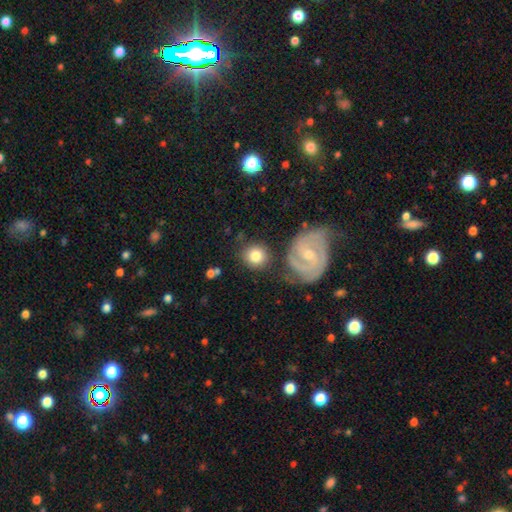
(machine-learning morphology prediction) Smooth or featured?
  - smooth: 71% *
  - featured or disk: 23%
  - star or artifact: 7%
How rounded?
  - round: 88% *
  - in between: 11%
  - cigar-shaped: 1%
Merging?
  - none: 77% *
  - minor disturbance: 11%
  - merger: 8%
  - major disturbance: 4%